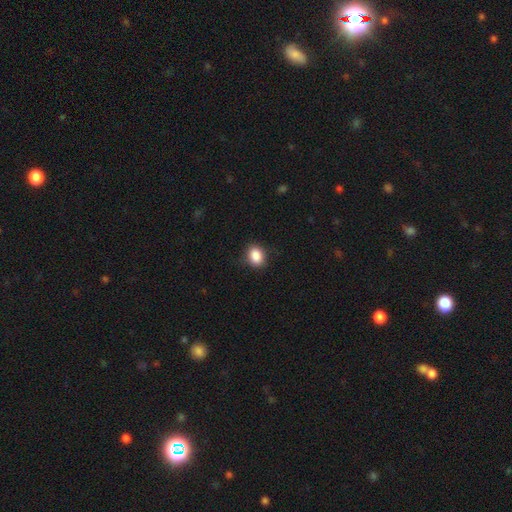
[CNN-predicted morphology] The model was most divided on "how rounded": in between: 64%, round: 34%, cigar-shaped: 1%. More confident: smooth or featured — smooth (88%); merging — none (84%).